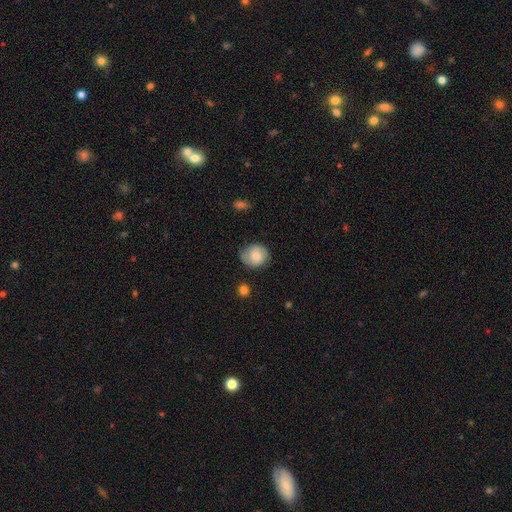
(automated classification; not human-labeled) This is likely a smooth galaxy (70%). How rounded: likely round (79%). Merging: likely none (71%).